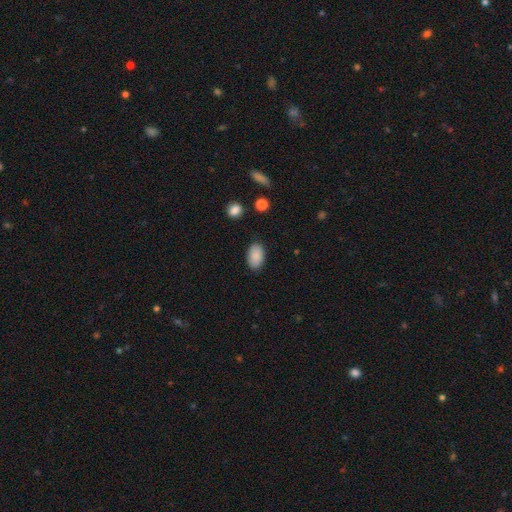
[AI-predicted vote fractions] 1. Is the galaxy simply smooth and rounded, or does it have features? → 89% smooth, 7% star or artifact, 4% featured or disk.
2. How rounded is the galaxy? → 92% in between, 7% round, 1% cigar-shaped.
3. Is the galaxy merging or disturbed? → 86% none, 10% minor disturbance, 3% major disturbance, 1% merger.